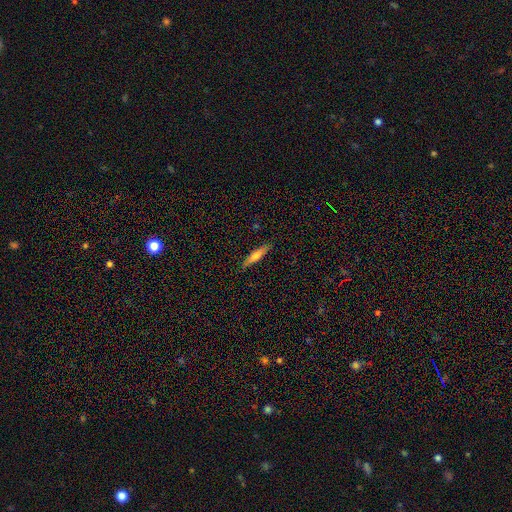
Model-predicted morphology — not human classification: Q: Smooth or featured?
A: smooth (62%); runner-up: featured or disk (32%)
Q: How rounded?
A: cigar-shaped (83%); runner-up: in between (15%)
Q: Merging?
A: none (87%); runner-up: minor disturbance (10%)